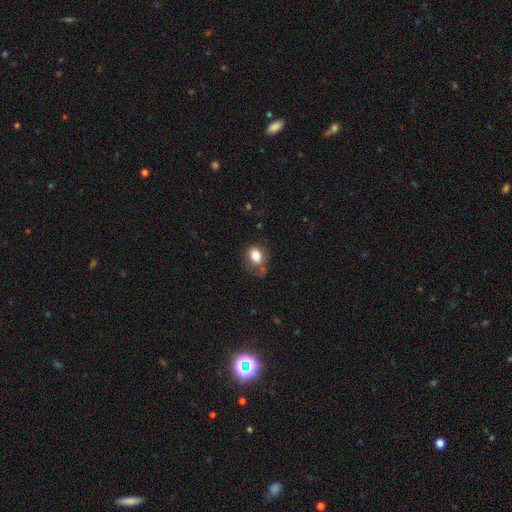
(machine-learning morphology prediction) A smooth galaxy with no disk features (80%) that is in between round and cigar-shaped (64%).

Vote fractions:
- Smooth or featured? smooth: 80% / featured or disk: 11% / star or artifact: 9%
- How rounded? in between: 64% / round: 35% / cigar-shaped: 1%
- Merging? none: 48% / minor disturbance: 28% / major disturbance: 18% / merger: 7%